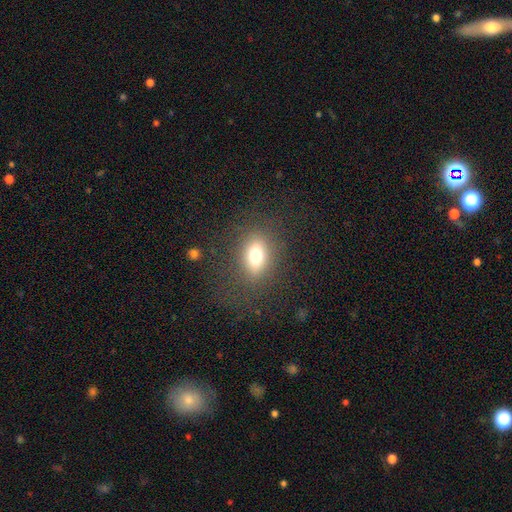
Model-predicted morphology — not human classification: Overall: smooth (71%). How rounded: in between (66%; round 32%). Merging: none (79%).